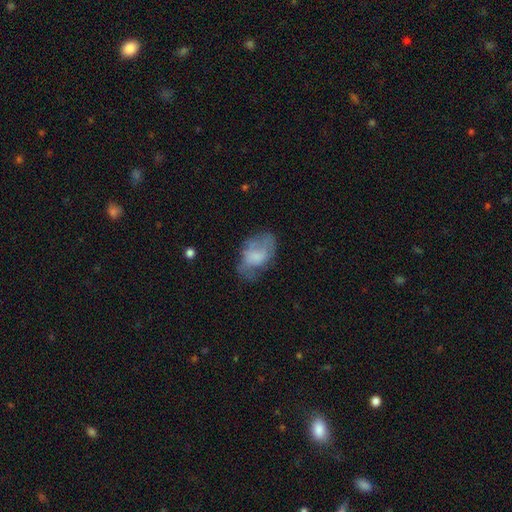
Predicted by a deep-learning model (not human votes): smooth-or-featured: smooth: 59% | featured or disk: 32% | star or artifact: 9%
  how-rounded: in between: 86% | round: 13% | cigar-shaped: 1%
  merging: none: 41% | minor disturbance: 31% | major disturbance: 26% | merger: 2%